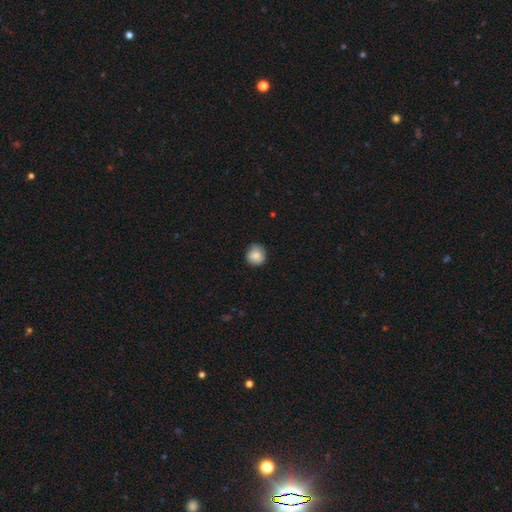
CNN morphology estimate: This is clearly a smooth galaxy (82%). How rounded: clearly round (89%). Merging: likely none (80%).